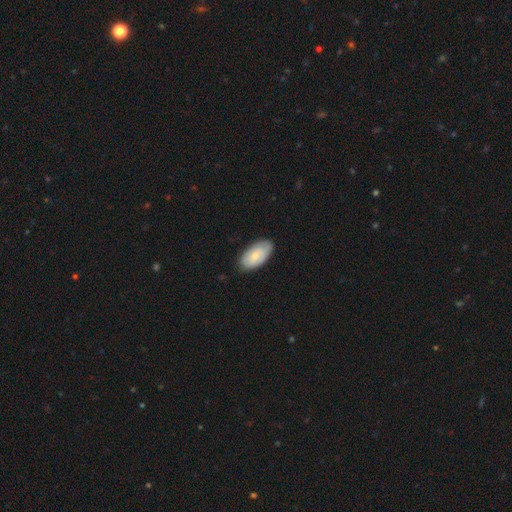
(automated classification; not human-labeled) smooth-or-featured: smooth: 67% | featured or disk: 27% | star or artifact: 6%
  how-rounded: in between: 95% | round: 3% | cigar-shaped: 2%
  merging: none: 81% | minor disturbance: 15% | major disturbance: 3% | merger: 1%